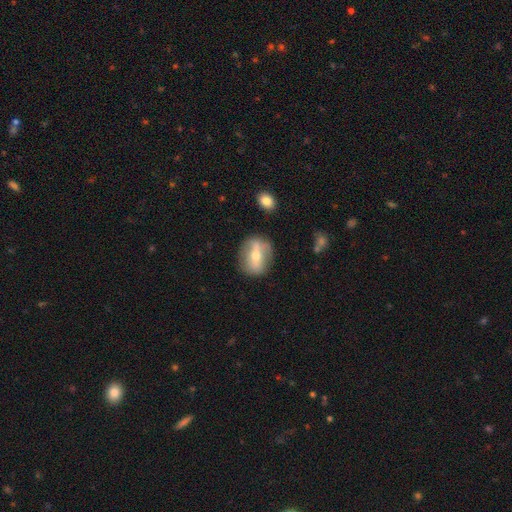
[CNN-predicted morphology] The model was most divided on "smooth or featured": featured or disk: 54%, smooth: 38%, star or artifact: 8%. More confident: edge-on disk — no (75%); merging — none (74%).